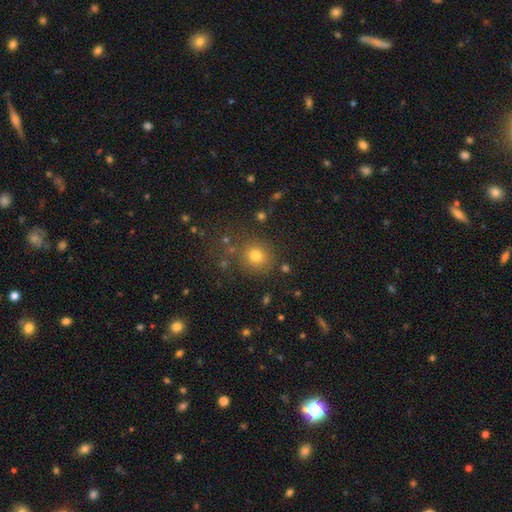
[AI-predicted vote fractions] A smooth galaxy with no disk features (75%) that is round (87%).

Vote fractions:
- Smooth or featured? smooth: 75% / star or artifact: 17% / featured or disk: 8%
- How rounded? round: 87% / in between: 12% / cigar-shaped: 1%
- Merging? none: 80% / minor disturbance: 10% / major disturbance: 5% / merger: 5%